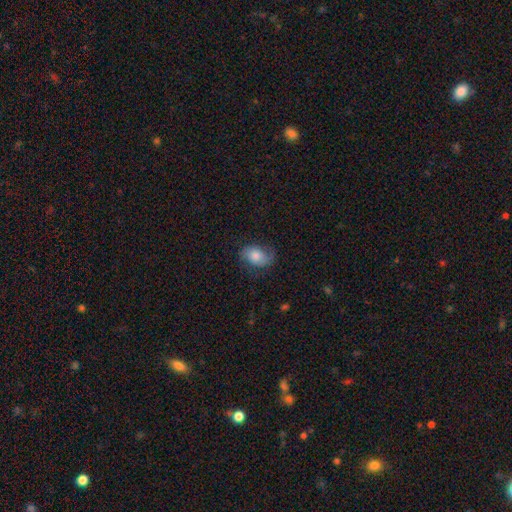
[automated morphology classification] smooth-or-featured: smooth: 50% | featured or disk: 41% | star or artifact: 9%
  merging: none: 67% | minor disturbance: 21% | major disturbance: 11% | merger: 1%